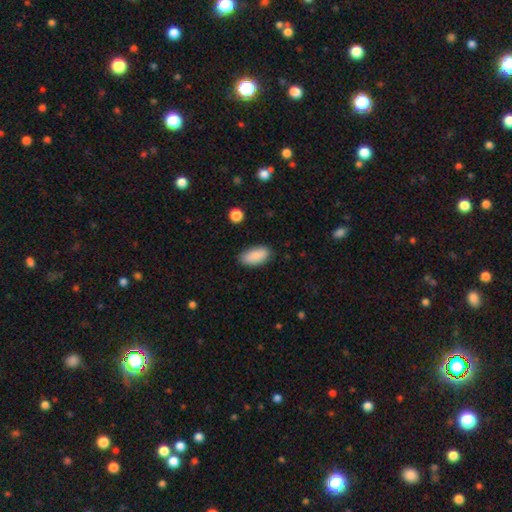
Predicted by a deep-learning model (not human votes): Q: Smooth or featured?
A: smooth (89%); runner-up: star or artifact (7%)
Q: How rounded?
A: in between (92%); runner-up: cigar-shaped (5%)
Q: Merging?
A: none (84%); runner-up: minor disturbance (12%)